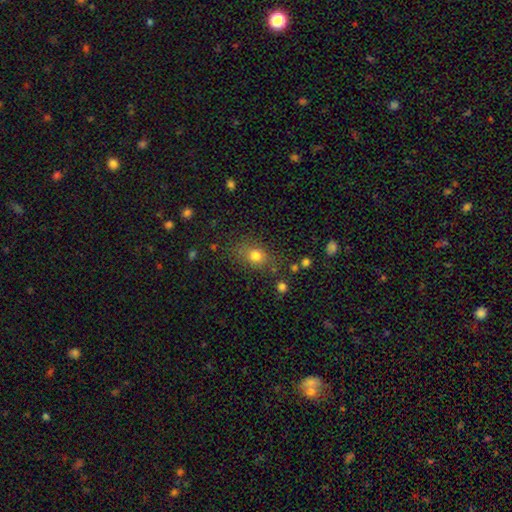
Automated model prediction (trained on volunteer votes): This is likely a smooth galaxy (78%). How rounded: possibly in between (55%). Merging: likely none (71%).